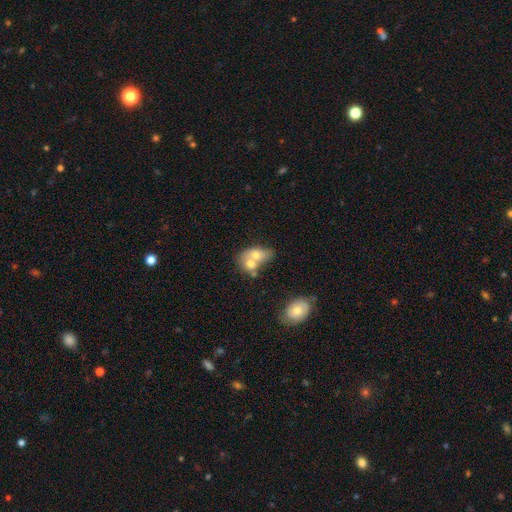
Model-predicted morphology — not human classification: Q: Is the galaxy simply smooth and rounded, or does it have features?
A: smooth — 63%.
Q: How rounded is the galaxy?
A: in between — 65%.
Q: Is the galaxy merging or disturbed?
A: merger — 70%.